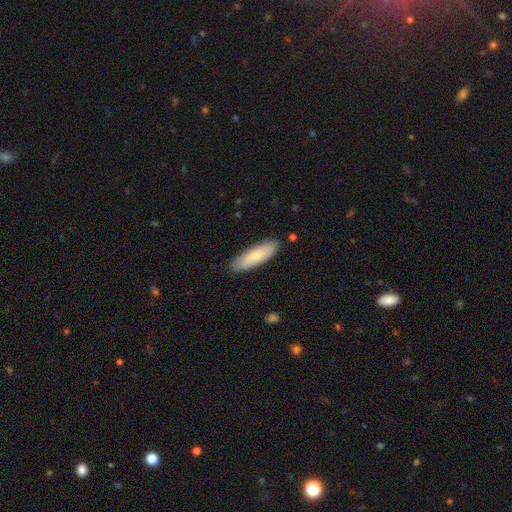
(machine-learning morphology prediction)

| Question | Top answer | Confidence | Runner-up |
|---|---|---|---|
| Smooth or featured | smooth | 70% | featured or disk (25%) |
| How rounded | cigar-shaped | 50% | in between (48%) |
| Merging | none | 86% | minor disturbance (10%) |